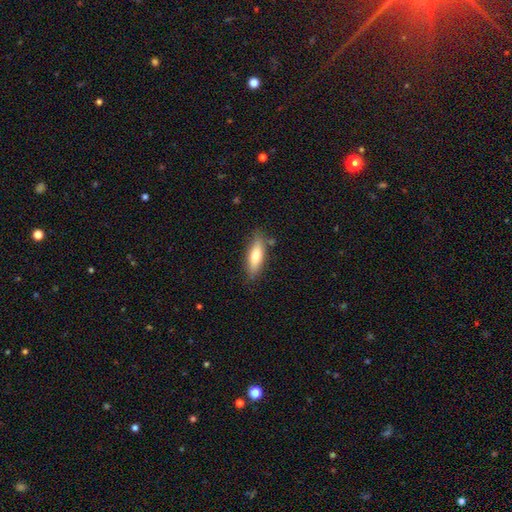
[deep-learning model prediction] smooth-or-featured: smooth: 70% | featured or disk: 24% | star or artifact: 6%
  how-rounded: cigar-shaped: 49% (tied) | in between: 49% (tied) | round: 2%
  merging: none: 80% | minor disturbance: 14% | merger: 3% | major disturbance: 3%